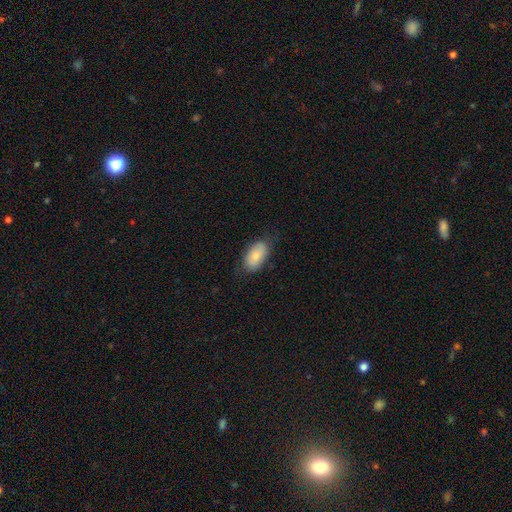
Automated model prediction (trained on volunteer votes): Morphology: type=smooth (77%); roundness=in between (94%); merging=none (74%).